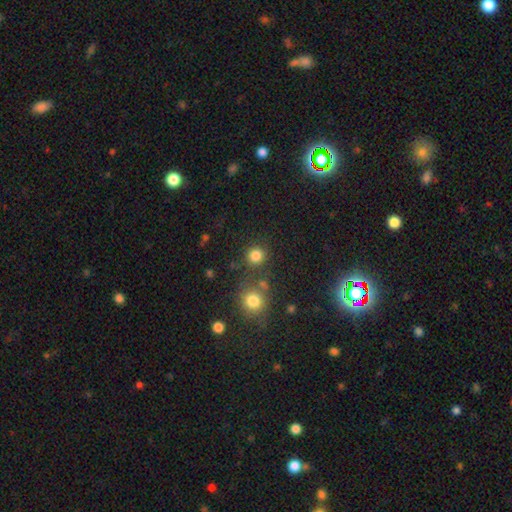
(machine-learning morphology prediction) type=smooth (82%); roundness=round (91%); merging=none (78%).